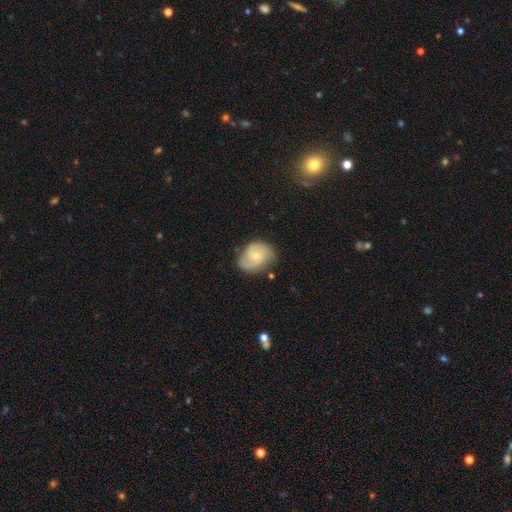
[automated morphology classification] This is possibly a featured or disk galaxy (60%). It is clearly not viewed edge-on (97%). Bar: likely no (66%). Spiral arm pattern: clearly yes (89%). Spiral arm count: likely 2 (68%). Spiral winding: marginally medium (43%). Central bulge: possibly small (57%). Merging: likely none (69%).